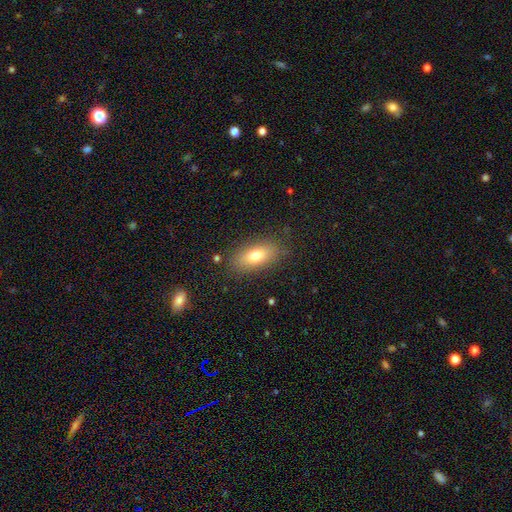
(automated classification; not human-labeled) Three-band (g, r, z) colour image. It shows a smooth galaxy with no disk features (75%) that is in between round and cigar-shaped (82%). Merging: none (83%).